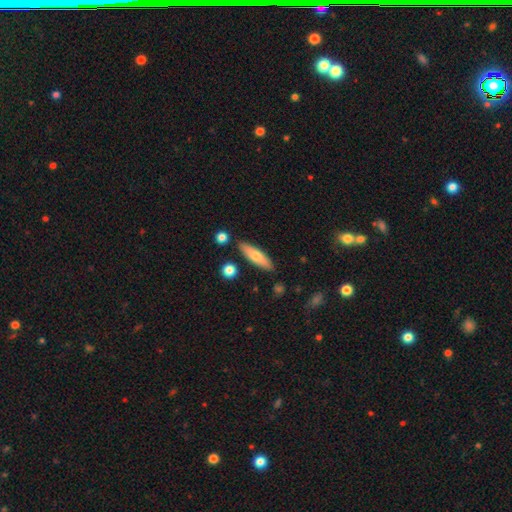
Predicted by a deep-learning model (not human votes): This is likely a smooth galaxy (63%). How rounded: likely cigar-shaped (66%). Merging: clearly none (86%).